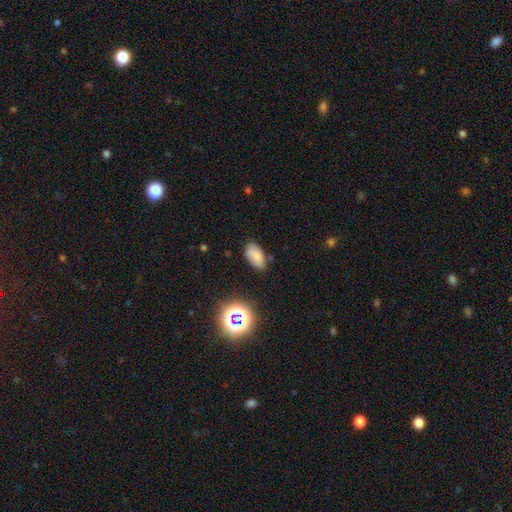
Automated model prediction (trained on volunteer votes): Overall: smooth (78%). How rounded: in between (92%). Merging: none (77%).